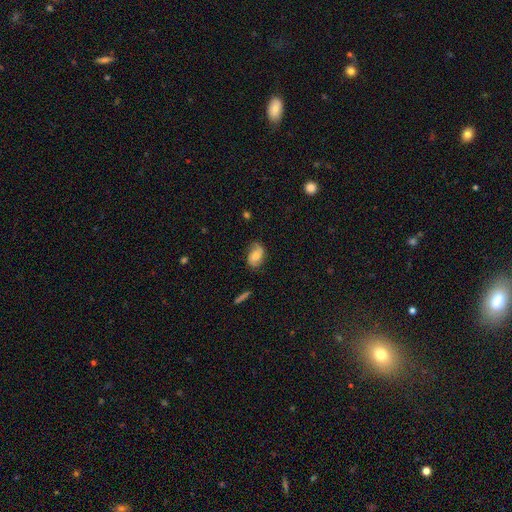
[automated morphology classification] A smooth galaxy with no disk features (46%, tied with featured or disk).

Vote fractions:
- Smooth or featured? smooth: 46% (tied) / featured or disk: 46% (tied) / star or artifact: 8%
- Merging? none: 67% / minor disturbance: 24% / major disturbance: 8% / merger: 2%